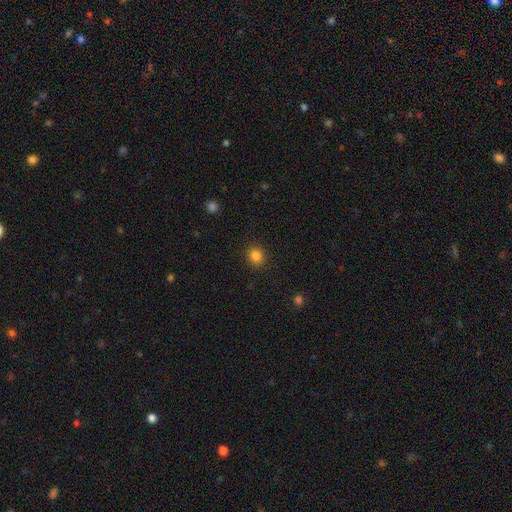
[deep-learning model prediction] Smooth or featured? Predicted: smooth (p=0.84). How rounded? Predicted: round (p=0.86). Merging? Predicted: none (p=0.91).